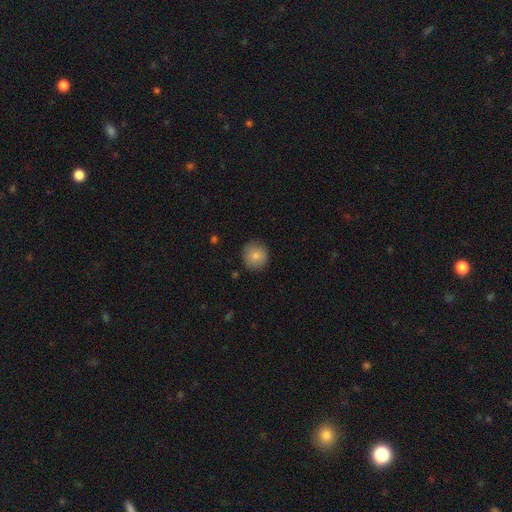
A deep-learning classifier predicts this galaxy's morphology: Smooth or featured? Predicted: smooth (p=0.82). How rounded? Predicted: round (p=0.93). Merging? Predicted: none (p=0.86).